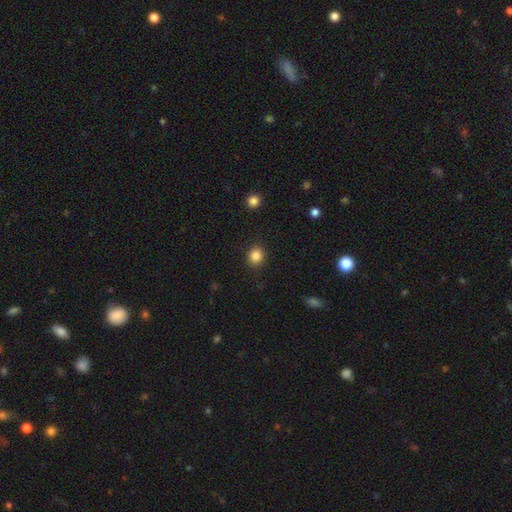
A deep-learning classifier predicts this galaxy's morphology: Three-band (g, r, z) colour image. It shows a smooth galaxy with no disk features (85%) that is round (86%). Merging: none (90%).